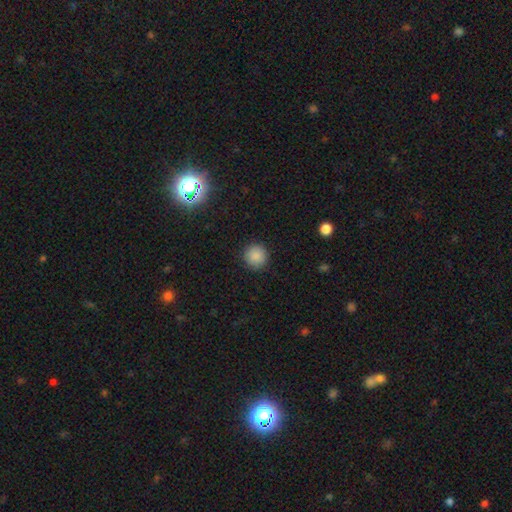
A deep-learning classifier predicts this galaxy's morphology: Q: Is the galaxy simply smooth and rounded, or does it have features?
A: smooth — 87%.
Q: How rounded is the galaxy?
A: round — 95%.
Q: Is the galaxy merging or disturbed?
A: none — 91%.